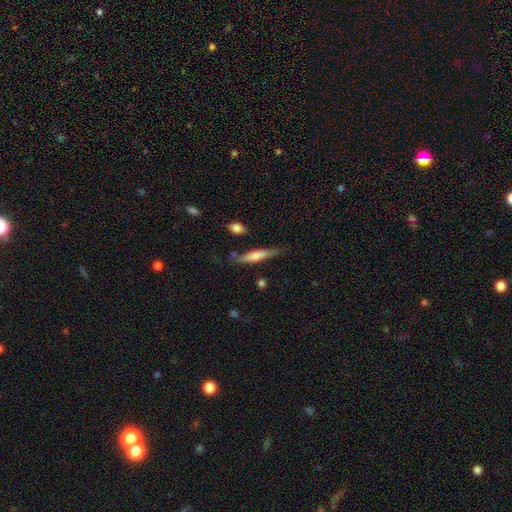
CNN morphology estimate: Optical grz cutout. It shows a smooth galaxy with no disk features (58%) that is cigar-shaped (84%). Merging: none (72%).